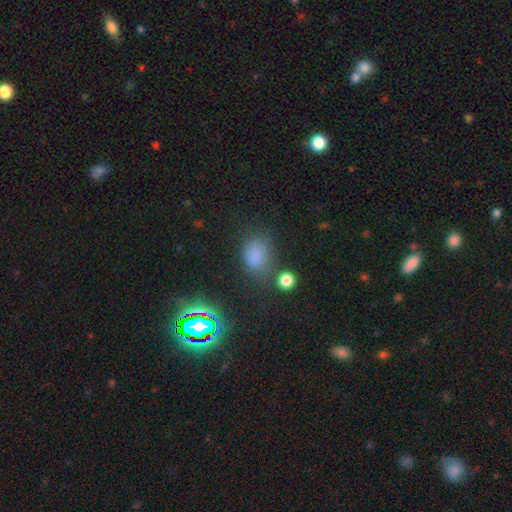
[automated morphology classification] A smooth galaxy with no disk features (73%) that is in between round and cigar-shaped (70%). Merging: none (61%).